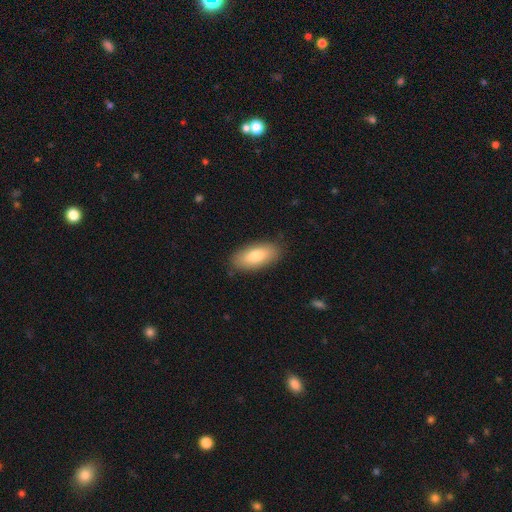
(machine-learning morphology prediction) Overall: smooth (76%). How rounded: in between (85%). Merging: none (86%).